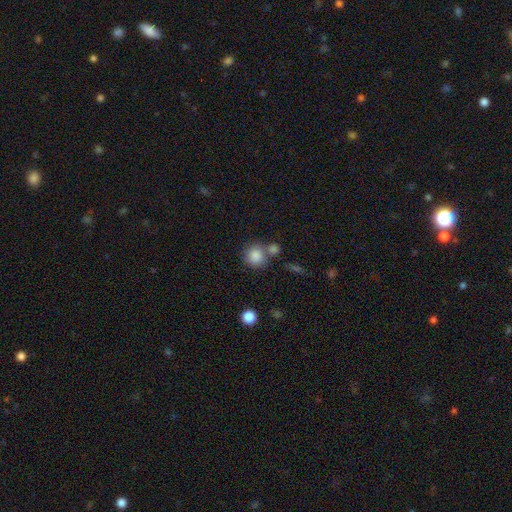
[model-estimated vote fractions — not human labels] This appears to be a smooth galaxy with no disk features (85%) that is round (87%). Merging: none (58%).